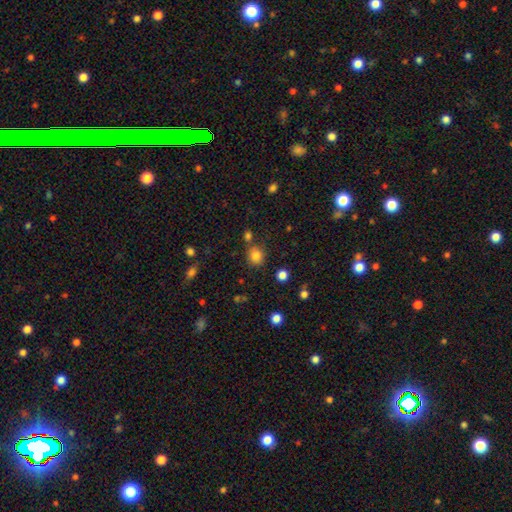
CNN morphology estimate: Q: Smooth or featured?
A: smooth (81%); runner-up: star or artifact (13%)
Q: How rounded?
A: round (79%); runner-up: in between (20%)
Q: Merging?
A: none (72%); runner-up: merger (12%)